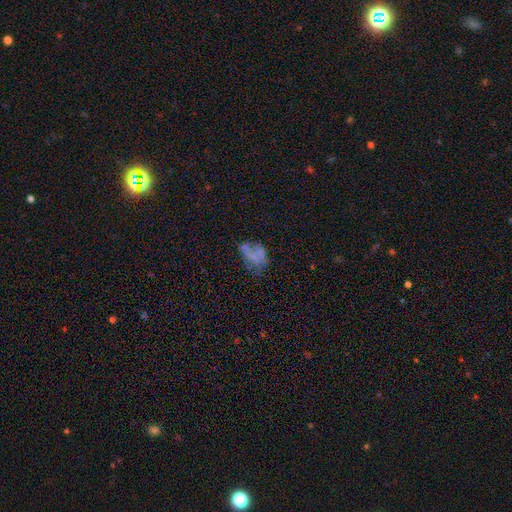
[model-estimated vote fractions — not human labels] smooth 43%, featured or disk 38%, star or artifact 19%. Down the decision tree: merging — none (38%).